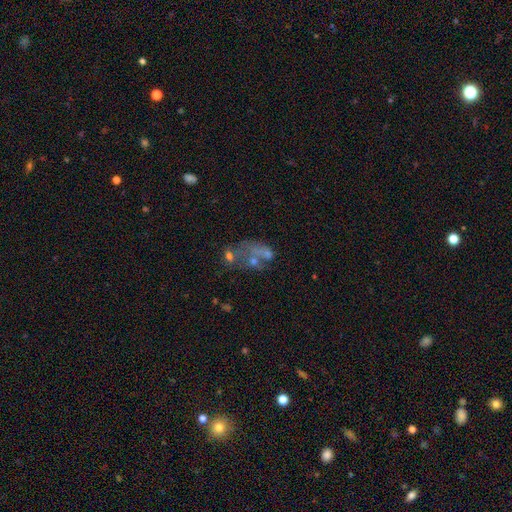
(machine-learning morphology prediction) The model was most divided on "smooth or featured": featured or disk: 41%, smooth: 37%, star or artifact: 22%. Remaining: merging — merger (35%).